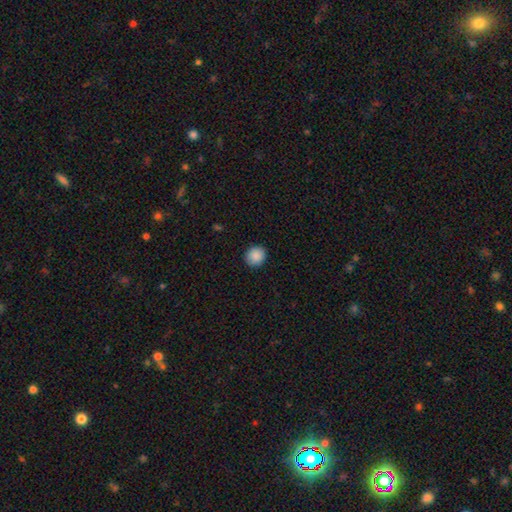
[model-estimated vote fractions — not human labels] Morphology: type=smooth (89%); roundness=round (89%); merging=none (90%).